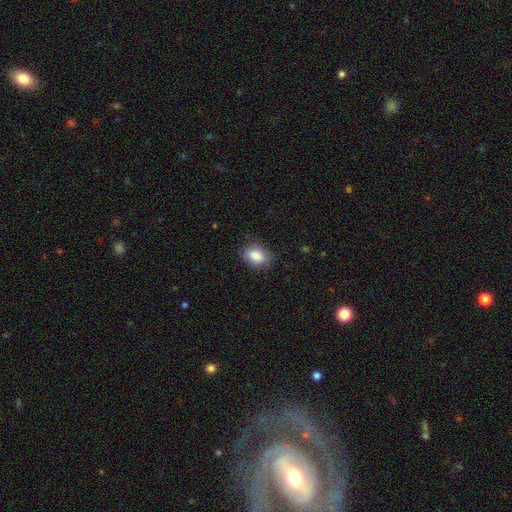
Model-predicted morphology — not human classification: Smooth or featured?
  - smooth: 86% *
  - star or artifact: 8%
  - featured or disk: 6%
How rounded?
  - in between: 79% *
  - round: 19%
  - cigar-shaped: 2%
Merging?
  - none: 78% *
  - minor disturbance: 17%
  - major disturbance: 4%
  - merger: 1%